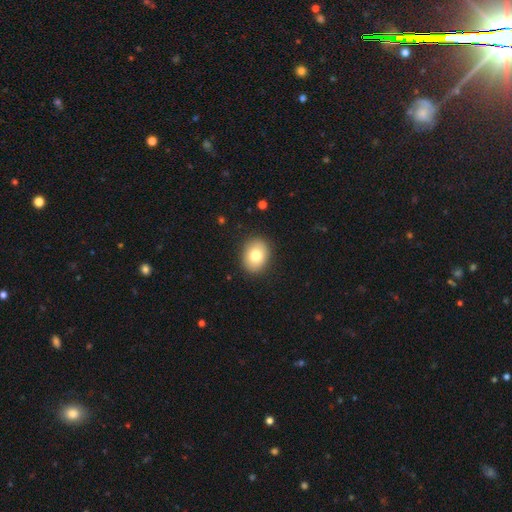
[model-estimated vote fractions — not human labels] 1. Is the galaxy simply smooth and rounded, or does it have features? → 79% smooth, 12% featured or disk, 8% star or artifact.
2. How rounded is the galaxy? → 58% in between, 41% round, 1% cigar-shaped.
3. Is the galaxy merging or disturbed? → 88% none, 8% minor disturbance, 2% major disturbance, 1% merger.